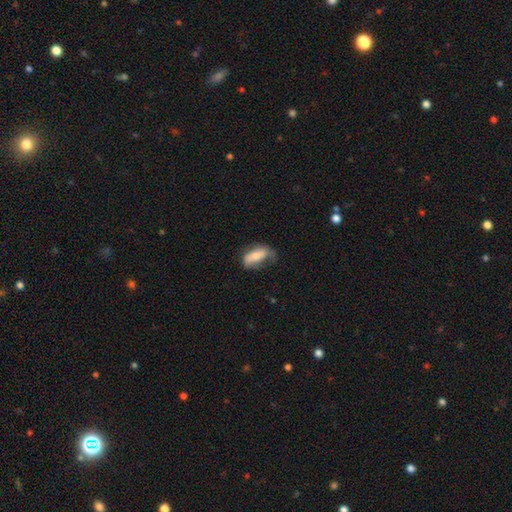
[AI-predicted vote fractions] smooth_or_featured: smooth (p=0.62) [alt: featured or disk p=0.31]
how_rounded: in between (p=0.85) [alt: cigar-shaped p=0.11]
merging: none (p=0.42) [alt: minor disturbance p=0.35]